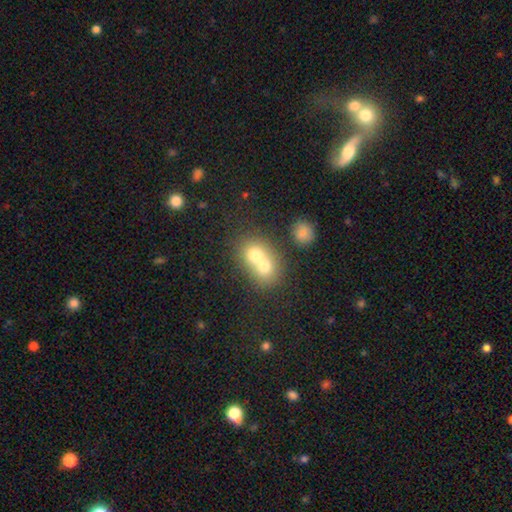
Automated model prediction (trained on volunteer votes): This is likely a smooth galaxy (68%). How rounded: likely round (68%). Merging: likely merger (69%).